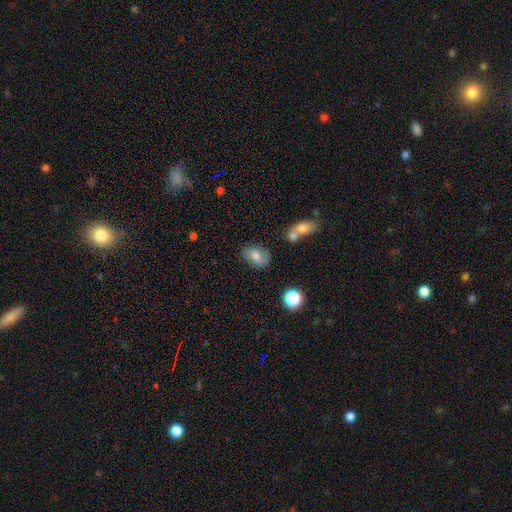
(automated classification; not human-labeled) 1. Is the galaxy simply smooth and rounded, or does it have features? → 64% smooth, 26% featured or disk, 10% star or artifact.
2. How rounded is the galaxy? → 76% in between, 22% round, 2% cigar-shaped.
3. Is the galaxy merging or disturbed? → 65% none, 21% minor disturbance, 8% merger, 7% major disturbance.